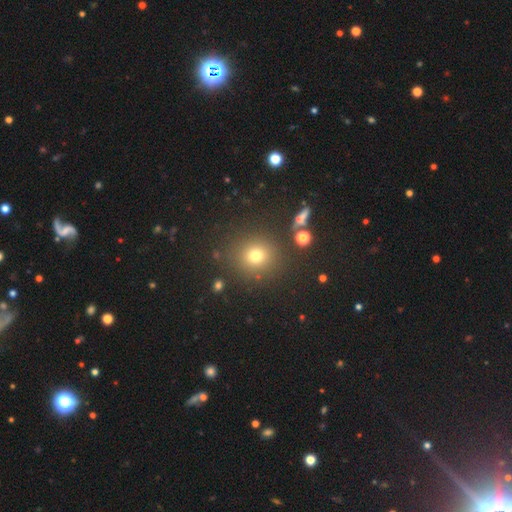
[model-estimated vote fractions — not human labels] smooth-or-featured: smooth: 73% | star or artifact: 19% | featured or disk: 9%
  how-rounded: round: 89% | in between: 10% | cigar-shaped: 1%
  merging: none: 85% | minor disturbance: 8% | major disturbance: 4% | merger: 4%